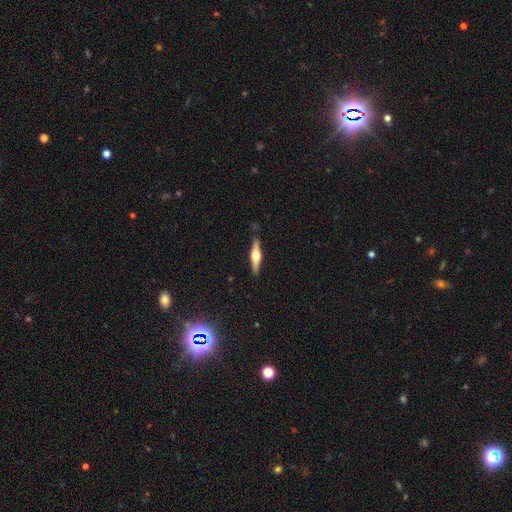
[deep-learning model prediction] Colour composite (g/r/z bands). It shows a featured or disk galaxy (65%) viewed edge-on (97%) with a rounded central bulge (91%). Merging: none (88%).